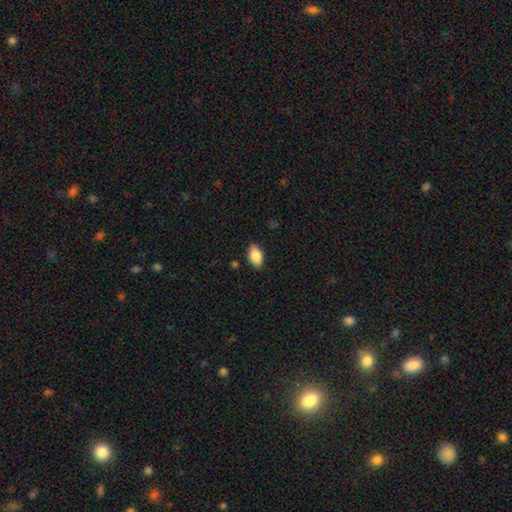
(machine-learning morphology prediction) This appears to be a smooth galaxy with no disk features (86%) that is in between round and cigar-shaped (92%). Merging: none (85%).